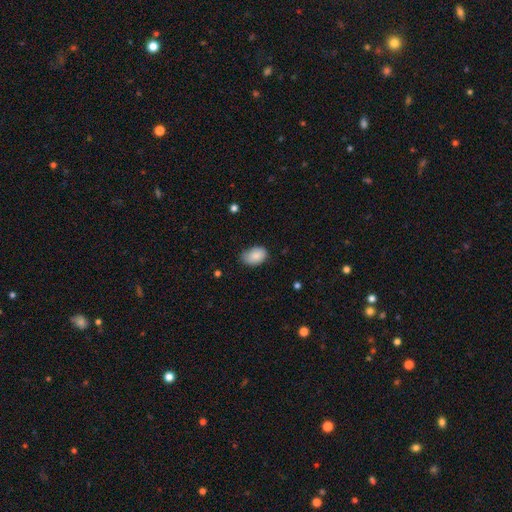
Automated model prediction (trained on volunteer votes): Overall: smooth (85%). How rounded: in between (85%). Merging: none (65%; minor disturbance 29%).